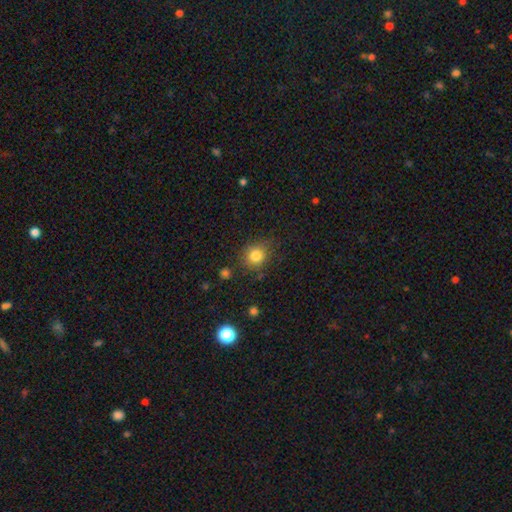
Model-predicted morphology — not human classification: The model was most divided on "merging": none: 78%, minor disturbance: 15%, major disturbance: 4%, merger: 3%. More confident: smooth or featured — smooth (83%); how rounded — round (82%).